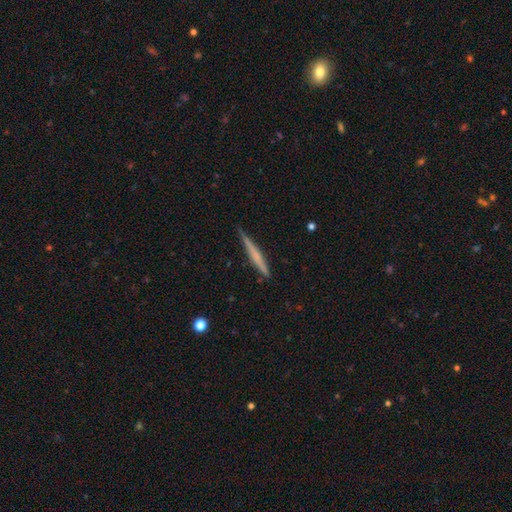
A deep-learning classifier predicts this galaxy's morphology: A featured or disk galaxy (47%, tied with smooth).

Vote fractions:
- Smooth or featured? featured or disk: 47% (tied) / smooth: 47% (tied) / star or artifact: 6%
- Merging? none: 86% / minor disturbance: 11% / major disturbance: 2% / merger: 1%